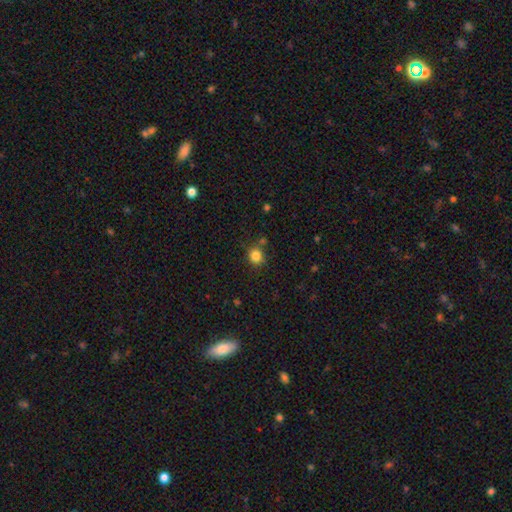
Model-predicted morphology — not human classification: type=smooth (83%); roundness=round (76%); merging=none (75%).